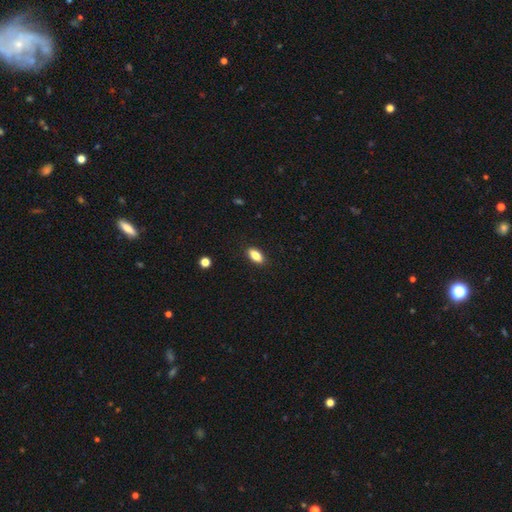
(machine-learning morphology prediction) Smooth or featured: smooth — 83% (featured or disk — 9%)
How rounded: in between — 88% (cigar-shaped — 8%)
Merging: none — 89% (minor disturbance — 8%)